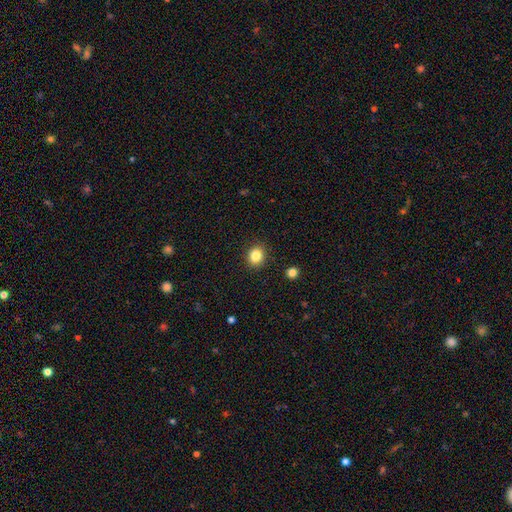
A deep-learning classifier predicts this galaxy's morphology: type=smooth (84%); roundness=round (74%); merging=none (90%).